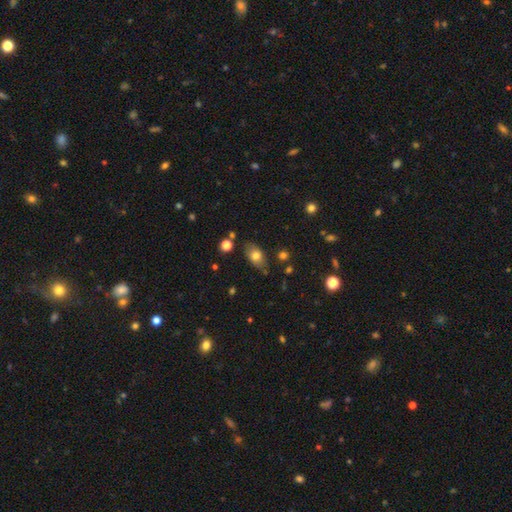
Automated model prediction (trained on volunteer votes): Overall: smooth (75%). How rounded: in between (84%). Merging: none (76%).